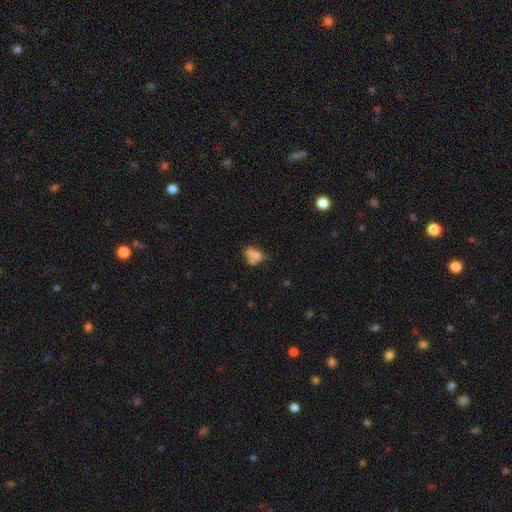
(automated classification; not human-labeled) Q: Smooth or featured?
A: smooth (62%); runner-up: featured or disk (25%)
Q: How rounded?
A: in between (51%); runner-up: round (46%)
Q: Merging?
A: merger (52%); runner-up: none (28%)